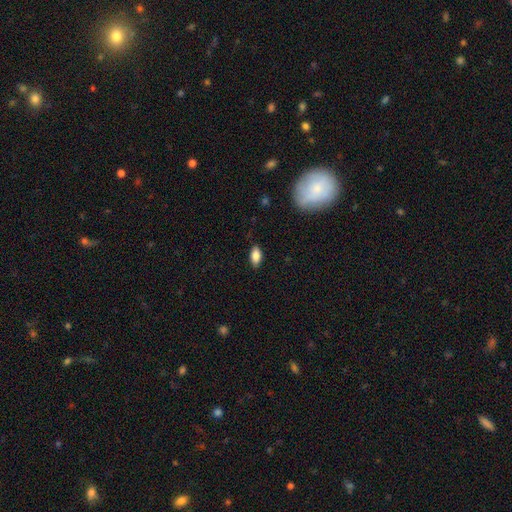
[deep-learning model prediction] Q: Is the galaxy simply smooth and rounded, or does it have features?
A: smooth — 84%.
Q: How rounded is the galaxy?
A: in between — 90%.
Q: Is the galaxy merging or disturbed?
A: none — 85%.